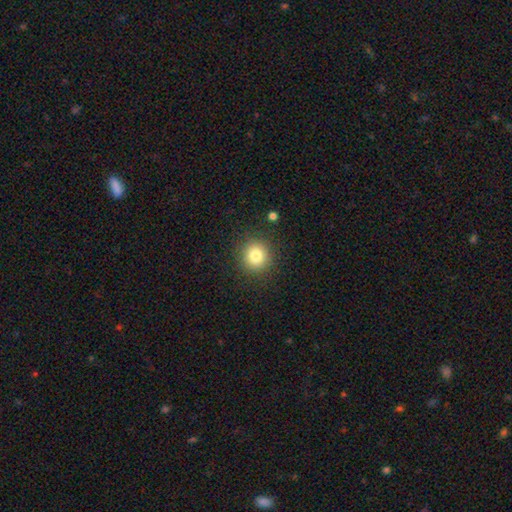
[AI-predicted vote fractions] A smooth galaxy with no disk features (81%) that is round (91%). Merging: none (89%).